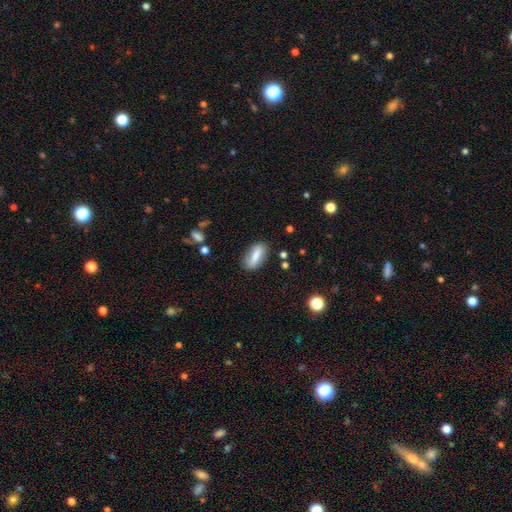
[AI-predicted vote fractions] Smooth or featured? Predicted: smooth (p=0.76). How rounded? Predicted: in between (p=0.81). Merging? Predicted: none (p=0.79).